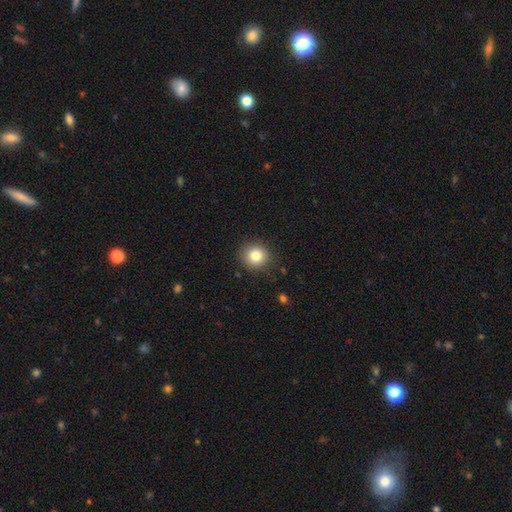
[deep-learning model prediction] Smooth or featured?
  - smooth: 82% *
  - star or artifact: 10%
  - featured or disk: 7%
How rounded?
  - round: 90% *
  - in between: 9%
  - cigar-shaped: 1%
Merging?
  - none: 87% *
  - minor disturbance: 9%
  - major disturbance: 3%
  - merger: 1%